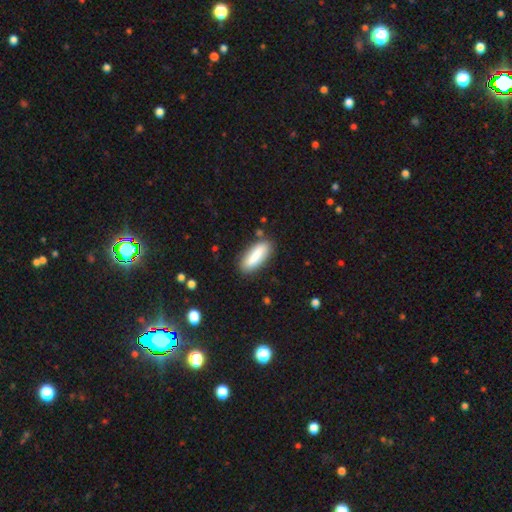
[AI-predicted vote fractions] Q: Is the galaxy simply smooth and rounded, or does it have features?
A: smooth — 83%.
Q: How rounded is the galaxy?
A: in between — 61%.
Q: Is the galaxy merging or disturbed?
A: none — 82%.